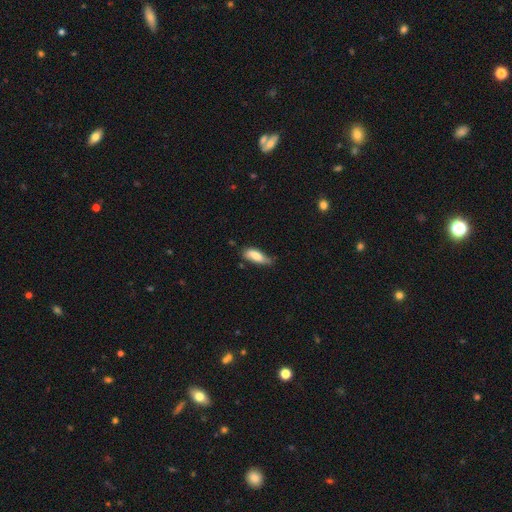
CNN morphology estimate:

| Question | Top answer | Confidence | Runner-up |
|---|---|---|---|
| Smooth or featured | smooth | 81% | featured or disk (12%) |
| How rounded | in between | 65% | cigar-shaped (33%) |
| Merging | none | 52% | minor disturbance (37%) |